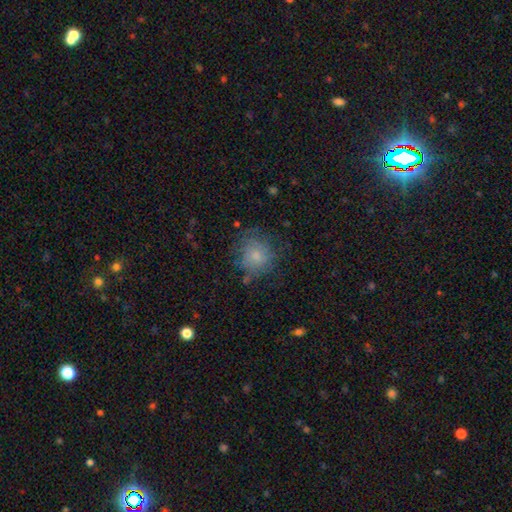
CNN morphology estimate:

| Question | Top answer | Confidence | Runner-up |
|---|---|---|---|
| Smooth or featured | smooth | 76% | featured or disk (14%) |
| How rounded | round | 85% | in between (14%) |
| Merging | none | 67% | minor disturbance (21%) |